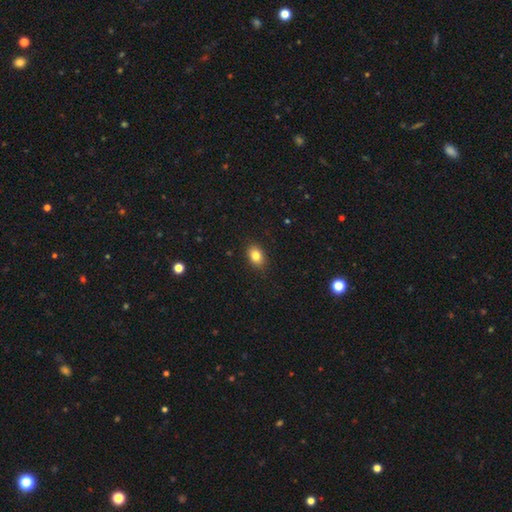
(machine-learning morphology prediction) smooth_or_featured: smooth (p=0.82) [alt: star or artifact p=0.10]
how_rounded: in between (p=0.72) [alt: round p=0.27]
merging: none (p=0.88) [alt: minor disturbance p=0.09]